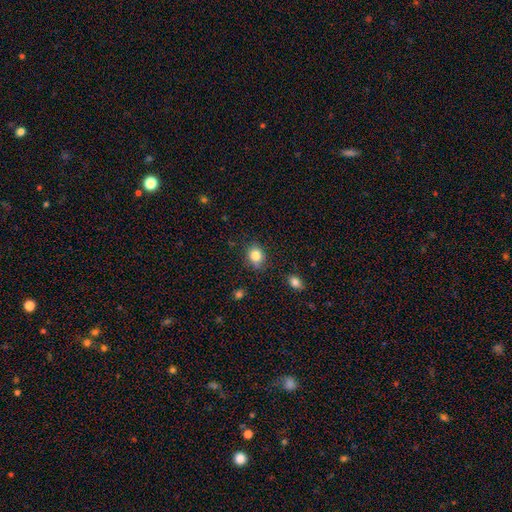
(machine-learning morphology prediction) The model was most divided on "how rounded": round: 58%, in between: 41%, cigar-shaped: 1%. More confident: smooth or featured — smooth (84%); merging — none (80%).